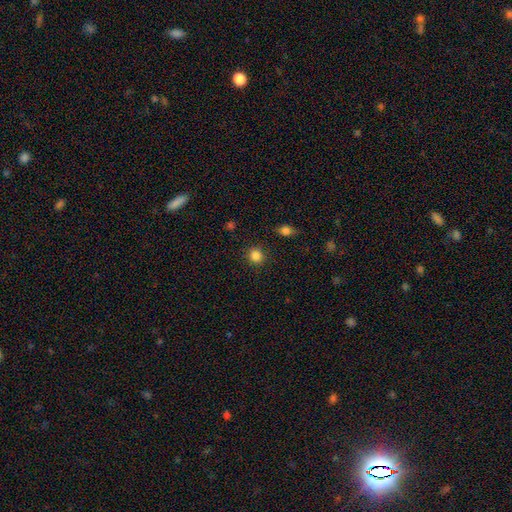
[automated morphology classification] smooth_or_featured: smooth (p=0.84) [alt: star or artifact p=0.12]
how_rounded: round (p=0.88) [alt: in between p=0.11]
merging: none (p=0.88) [alt: minor disturbance p=0.08]